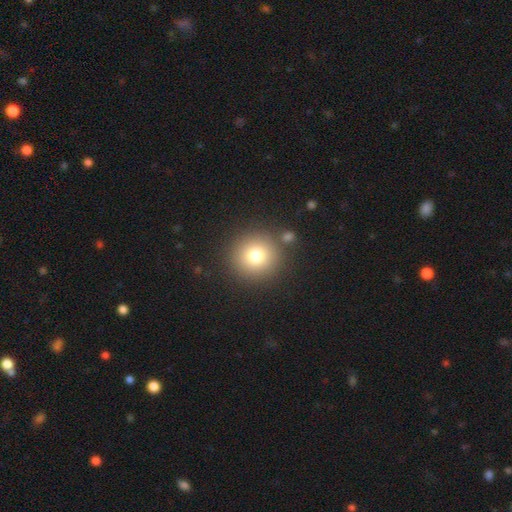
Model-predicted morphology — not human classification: A smooth galaxy with no disk features (77%) that is round (95%).

Vote fractions:
- Smooth or featured? smooth: 77% / star or artifact: 13% / featured or disk: 10%
- How rounded? round: 95% / in between: 4% / cigar-shaped: 1%
- Merging? none: 84% / minor disturbance: 7% / merger: 6% / major disturbance: 3%